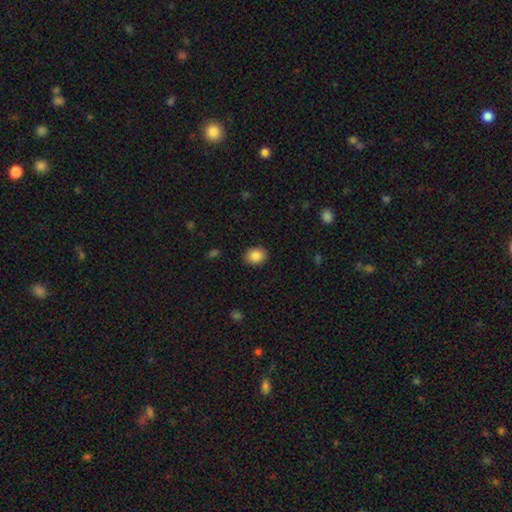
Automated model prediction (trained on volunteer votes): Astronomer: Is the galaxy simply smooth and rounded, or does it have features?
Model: smooth — 87%.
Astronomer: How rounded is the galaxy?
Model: round — 51% (runner-up: in between, 48%).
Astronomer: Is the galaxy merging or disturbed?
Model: none — 89%.